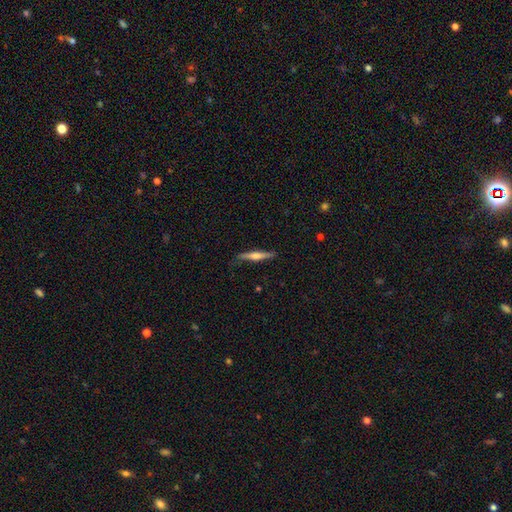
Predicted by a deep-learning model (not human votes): This is possibly a featured or disk galaxy (60%). It is clearly viewed edge-on (97%). Edge-on bulge: likely rounded (79%). Merging: clearly none (83%).